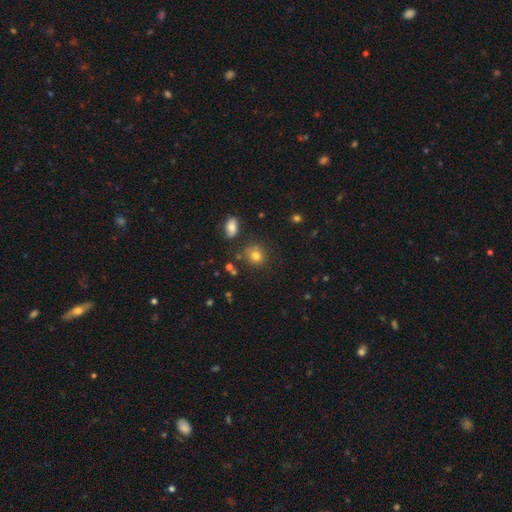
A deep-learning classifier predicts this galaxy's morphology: smooth 79%, star or artifact 13%, featured or disk 8%. Down the decision tree: how rounded — round (81%); merging — none (74%).